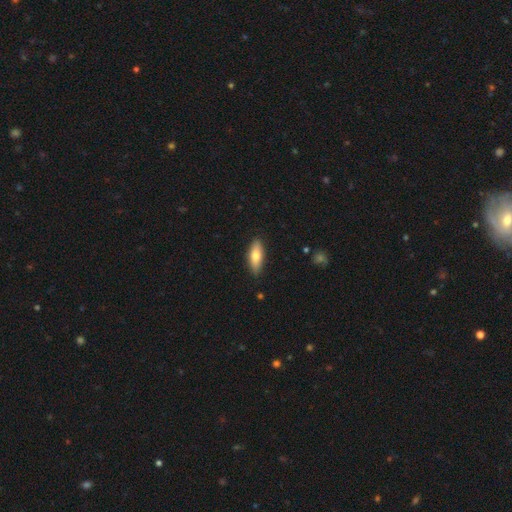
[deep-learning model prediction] smooth-or-featured: smooth: 74% | featured or disk: 20% | star or artifact: 6%
  how-rounded: in between: 67% | cigar-shaped: 30% | round: 2%
  merging: none: 87% | minor disturbance: 10% | major disturbance: 2% | merger: 1%